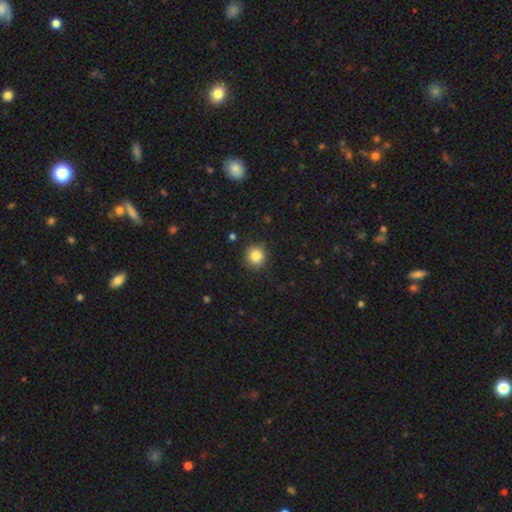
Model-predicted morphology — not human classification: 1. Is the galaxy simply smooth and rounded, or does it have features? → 84% smooth, 11% star or artifact, 5% featured or disk.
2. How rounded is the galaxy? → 93% round, 6% in between, 1% cigar-shaped.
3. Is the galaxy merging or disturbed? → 89% none, 8% minor disturbance, 2% major disturbance, 1% merger.